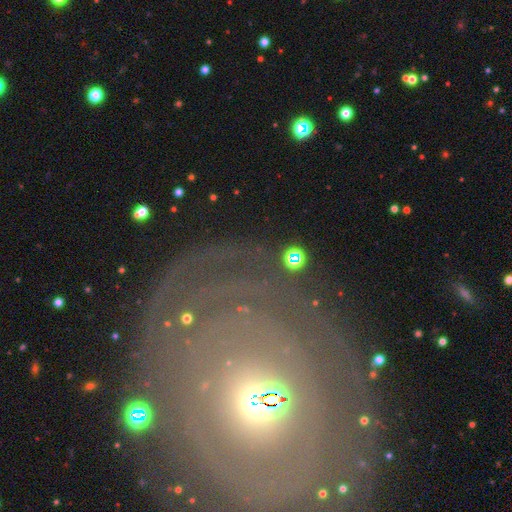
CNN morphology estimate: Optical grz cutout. It shows a featured or disk galaxy (51%). Merging: none (78%).